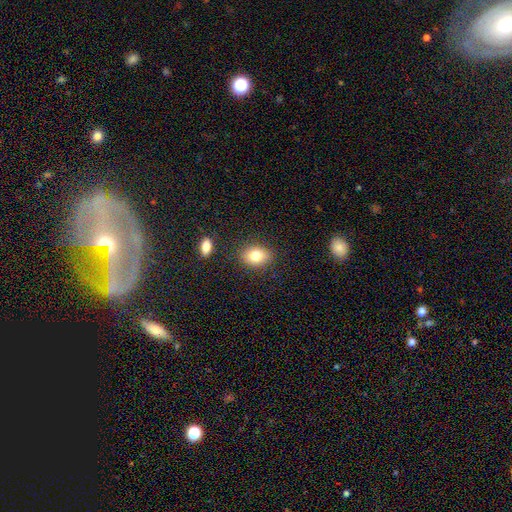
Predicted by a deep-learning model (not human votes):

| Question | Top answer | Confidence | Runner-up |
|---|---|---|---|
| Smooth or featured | smooth | 81% | featured or disk (10%) |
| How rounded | in between | 66% | round (33%) |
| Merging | none | 84% | minor disturbance (10%) |